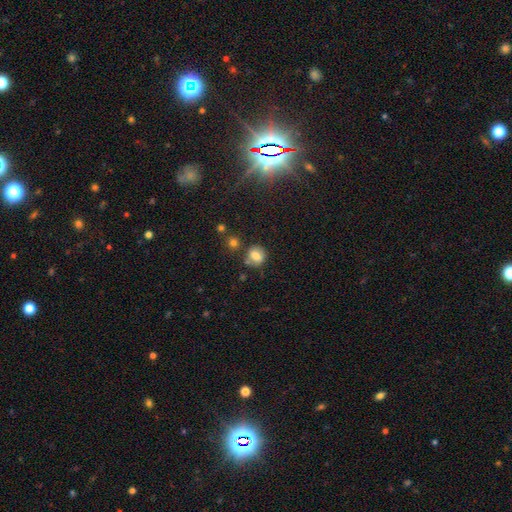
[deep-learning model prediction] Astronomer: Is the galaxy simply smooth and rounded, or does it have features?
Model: smooth — 75%.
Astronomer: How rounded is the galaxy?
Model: round — 65%.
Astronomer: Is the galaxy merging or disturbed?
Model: none — 68%.